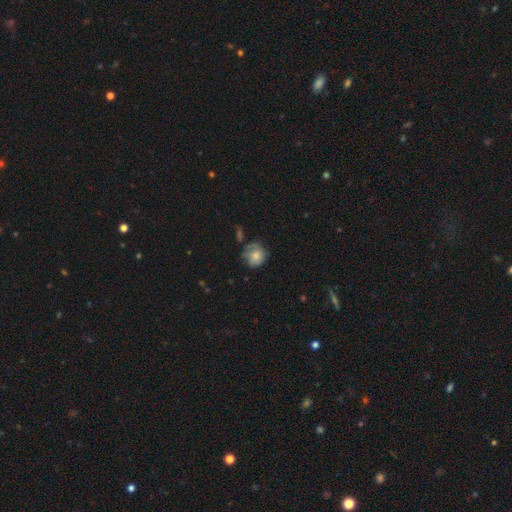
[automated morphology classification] smooth 68%, featured or disk 24%, star or artifact 9%. Down the decision tree: how rounded — round (79%); merging — none (53%).